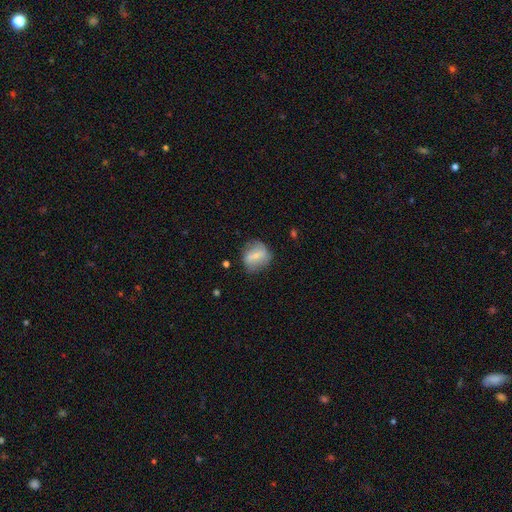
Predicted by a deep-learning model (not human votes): Overall: smooth (48%; featured or disk 44%). Merging: none (66%).